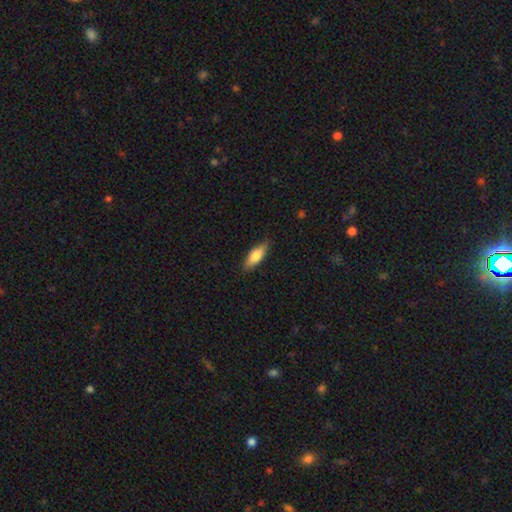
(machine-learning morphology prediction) Q: Smooth or featured?
A: smooth (77%); runner-up: featured or disk (17%)
Q: How rounded?
A: in between (62%); runner-up: cigar-shaped (36%)
Q: Merging?
A: none (85%); runner-up: minor disturbance (11%)